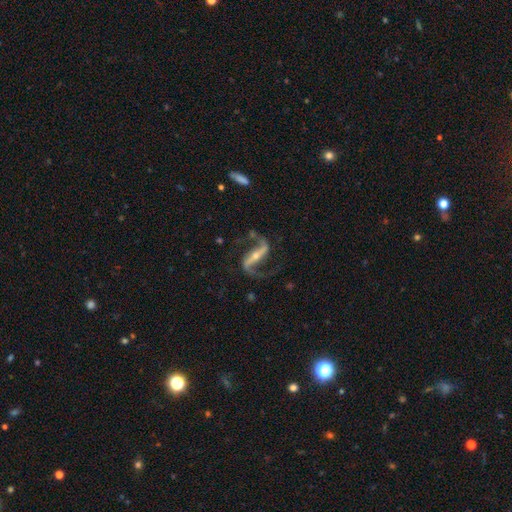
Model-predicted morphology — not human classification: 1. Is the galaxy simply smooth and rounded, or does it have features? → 91% featured or disk, 4% star or artifact, 4% smooth.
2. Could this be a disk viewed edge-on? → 93% no, 7% yes.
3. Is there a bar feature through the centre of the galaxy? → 69% strong, 18% weak, 12% no.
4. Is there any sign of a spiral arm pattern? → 97% yes, 3% no.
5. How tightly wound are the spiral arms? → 66% loose, 28% medium, 6% tight.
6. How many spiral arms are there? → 93% 2, 3% 1, 1% can't tell, 1% 3, 1% 4, 1% more than 4.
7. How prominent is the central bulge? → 60% small, 34% moderate, 3% none, 2% large, 1% dominant.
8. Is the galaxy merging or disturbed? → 75% none, 13% minor disturbance, 10% major disturbance, 2% merger.